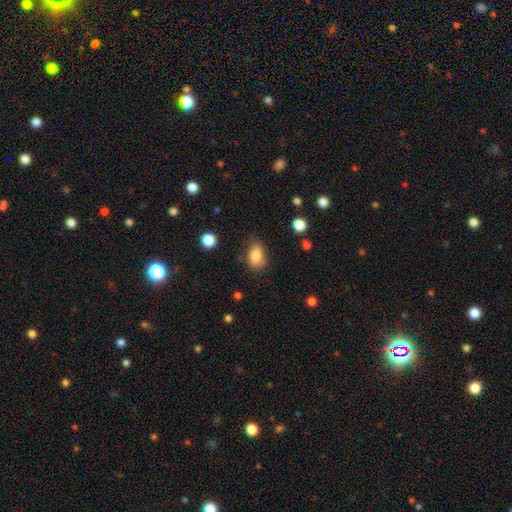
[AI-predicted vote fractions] Overall: smooth (82%). How rounded: in between (82%). Merging: none (73%).